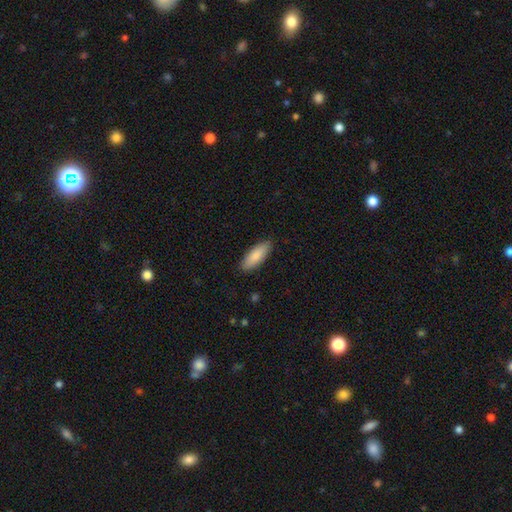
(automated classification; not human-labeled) Smooth or featured? smooth (86%)
How rounded? in between (64%)
Merging? none (88%)